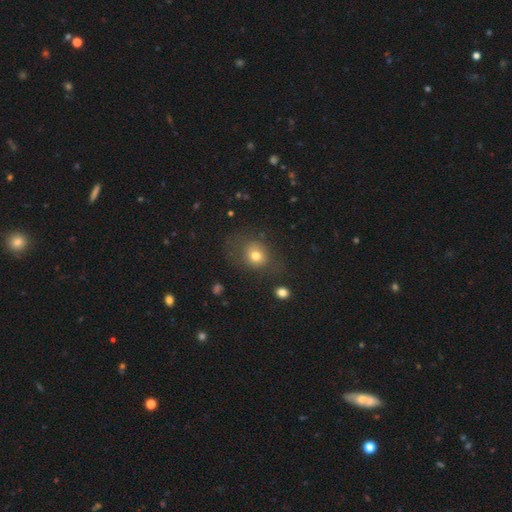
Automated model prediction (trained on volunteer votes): This appears to be a smooth galaxy with no disk features (74%) that is round (61%). Merging: none (62%).